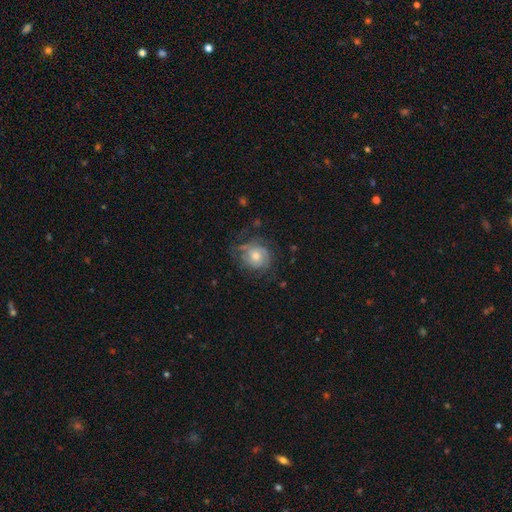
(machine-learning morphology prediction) This appears to be a featured or disk galaxy (60%) with no bar (78%), spiral arms (79%) and a moderate central bulge (62%). Merging: none (62%).